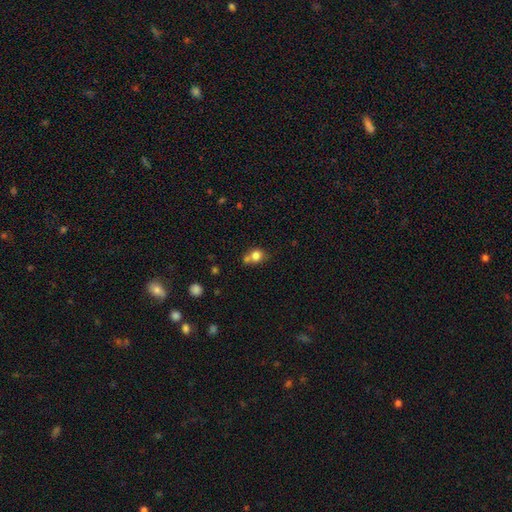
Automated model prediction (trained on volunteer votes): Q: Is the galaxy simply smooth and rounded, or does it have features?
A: smooth — 79%.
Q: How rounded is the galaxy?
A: round — 72%.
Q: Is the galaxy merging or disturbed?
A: merger — 42%, tied with none.